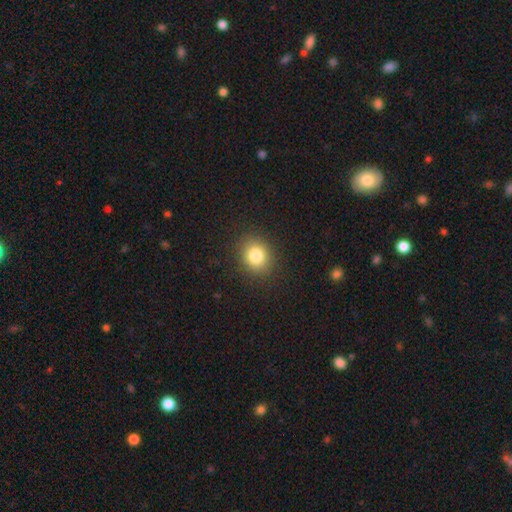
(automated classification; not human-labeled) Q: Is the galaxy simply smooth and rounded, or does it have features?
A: smooth — 82%.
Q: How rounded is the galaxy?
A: round — 71%.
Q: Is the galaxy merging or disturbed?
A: none — 89%.